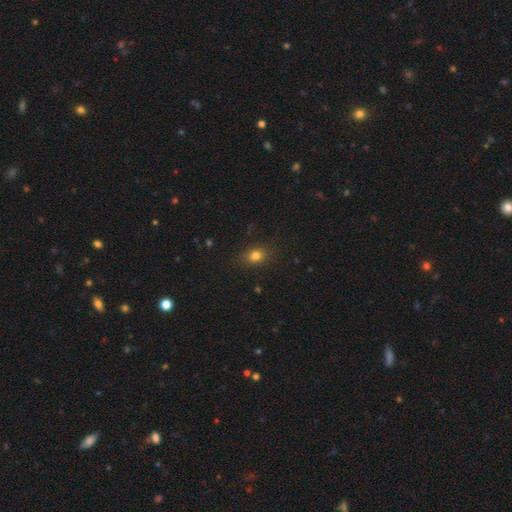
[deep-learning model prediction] Smooth or featured? Predicted: smooth (p=0.79). How rounded? Predicted: in between (p=0.55). Merging? Predicted: none (p=0.81).